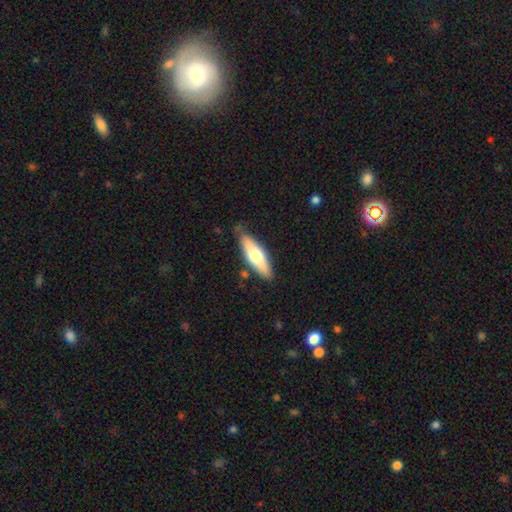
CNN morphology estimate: A smooth galaxy with no disk features (58%) that is cigar-shaped (52%). Merging: none (80%).